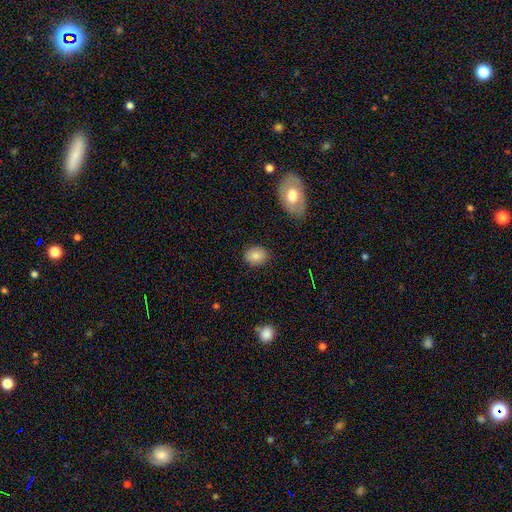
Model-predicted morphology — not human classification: This appears to be a smooth galaxy with no disk features (85%) that is in between round and cigar-shaped (53%). Merging: none (87%).